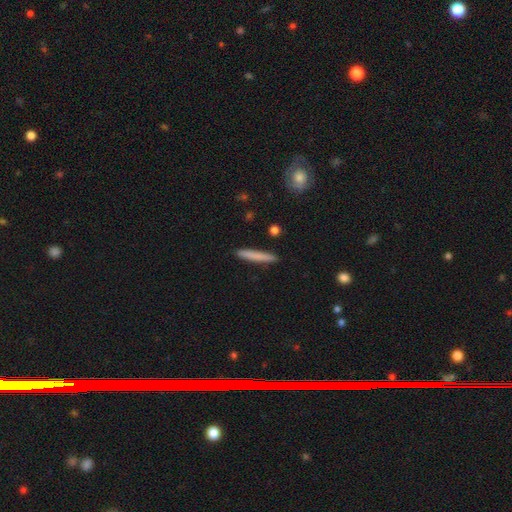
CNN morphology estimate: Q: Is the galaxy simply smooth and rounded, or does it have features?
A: smooth — 77%.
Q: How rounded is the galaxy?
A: cigar-shaped — 95%.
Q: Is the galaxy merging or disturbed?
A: none — 90%.